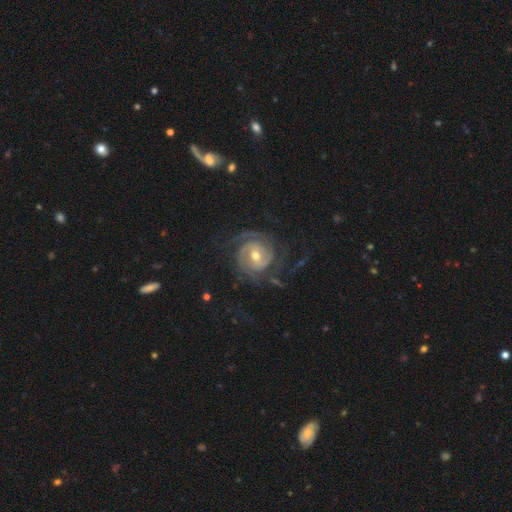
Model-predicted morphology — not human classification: featured or disk 90%, smooth 6%, star or artifact 5%. Down the decision tree: edge-on disk — no (98%); bar — weak (43%); spiral arms — yes (97%); spiral arm count — 2 (51%); spiral winding — tight (65%); bulge size — moderate (68%); merging — none (70%).